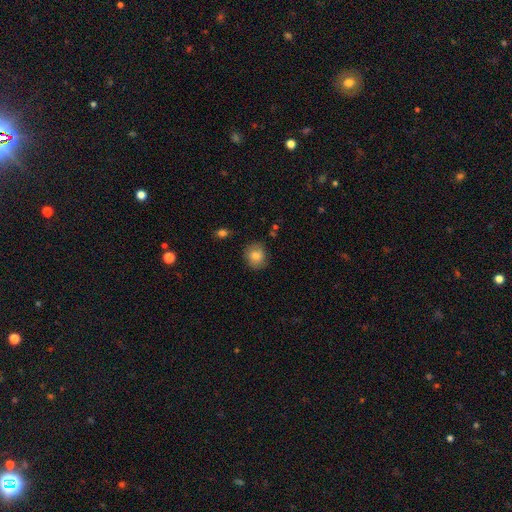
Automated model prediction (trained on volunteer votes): Smooth or featured? smooth (79%)
How rounded? round (77%)
Merging? none (82%)